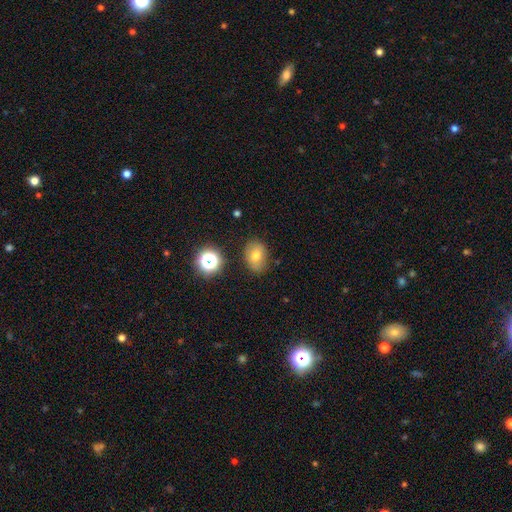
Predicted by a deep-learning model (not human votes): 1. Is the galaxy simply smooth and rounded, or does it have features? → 71% smooth, 16% featured or disk, 13% star or artifact.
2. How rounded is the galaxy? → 70% in between, 29% round, 1% cigar-shaped.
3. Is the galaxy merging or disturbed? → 81% none, 14% minor disturbance, 3% major disturbance, 3% merger.